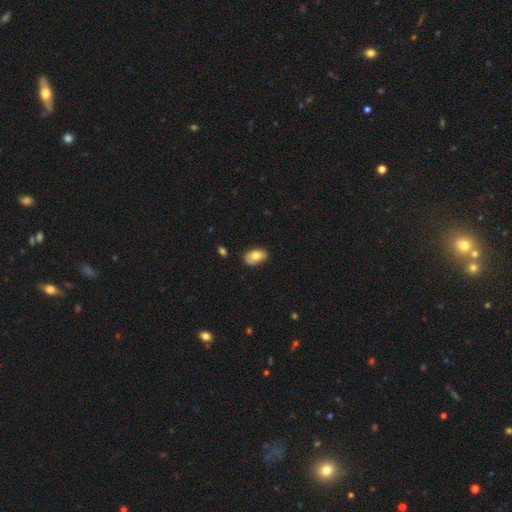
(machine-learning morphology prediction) smooth-or-featured: smooth: 78% | featured or disk: 15% | star or artifact: 7%
  how-rounded: in between: 89% | round: 9% | cigar-shaped: 1%
  merging: none: 77% | minor disturbance: 18% | major disturbance: 3% | merger: 2%